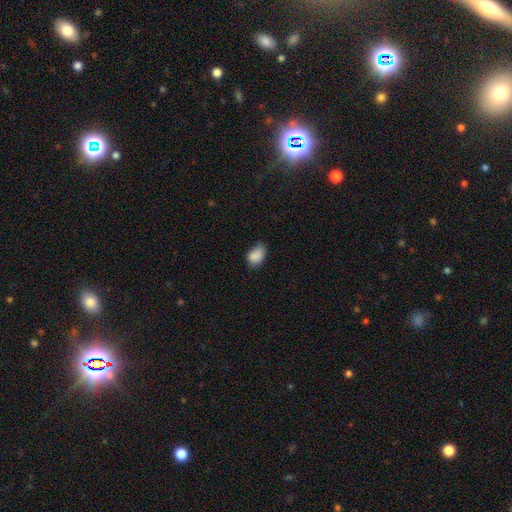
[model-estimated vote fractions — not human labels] This appears to be a smooth galaxy with no disk features (86%) that is in between round and cigar-shaped (83%). Merging: none (53%).